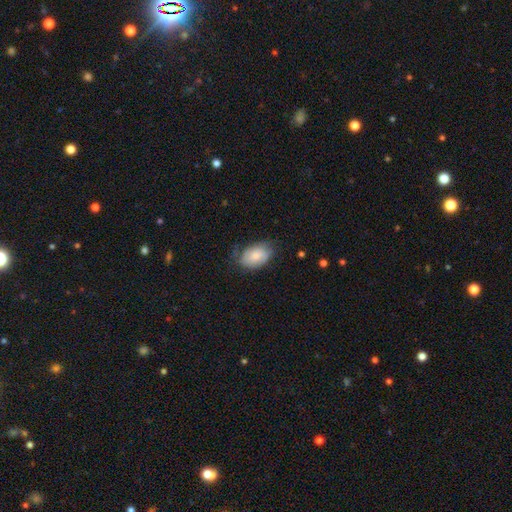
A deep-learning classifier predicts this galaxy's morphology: Smooth or featured? smooth (74%)
How rounded? in between (90%)
Merging? none (59%)